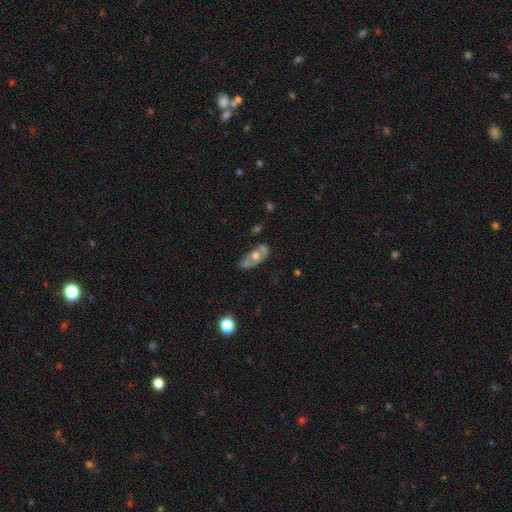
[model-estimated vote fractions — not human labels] featured or disk 57%, smooth 35%, star or artifact 9%. Down the decision tree: edge-on disk — no (84%); merging — none (58%).